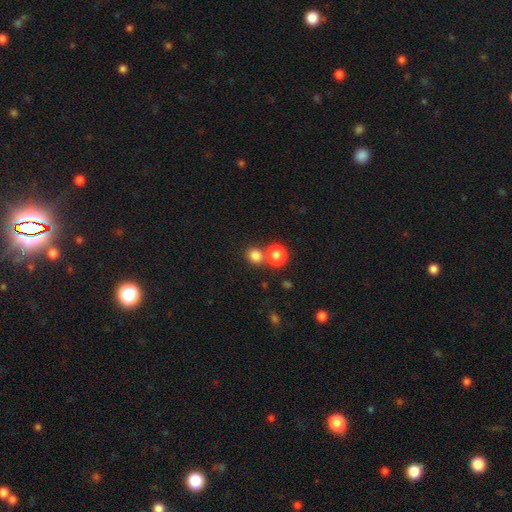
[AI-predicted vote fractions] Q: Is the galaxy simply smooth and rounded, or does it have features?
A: smooth — 80%.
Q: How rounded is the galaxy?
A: round — 81%.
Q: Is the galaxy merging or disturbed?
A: none — 63%.